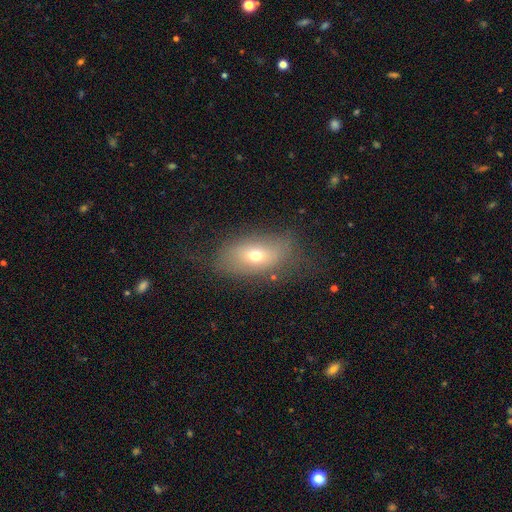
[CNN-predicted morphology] The model was most divided on "smooth or featured": smooth: 63%, featured or disk: 24%, star or artifact: 13%. More confident: how rounded — in between (83%); merging — none (66%).